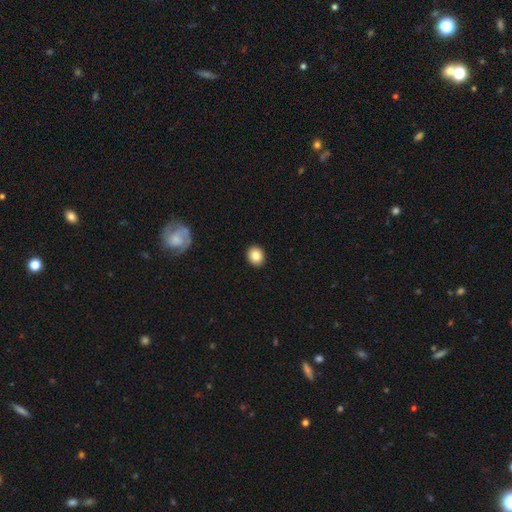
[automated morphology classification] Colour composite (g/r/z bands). It shows a smooth galaxy with no disk features (86%) that is round (70%). Merging: none (92%).